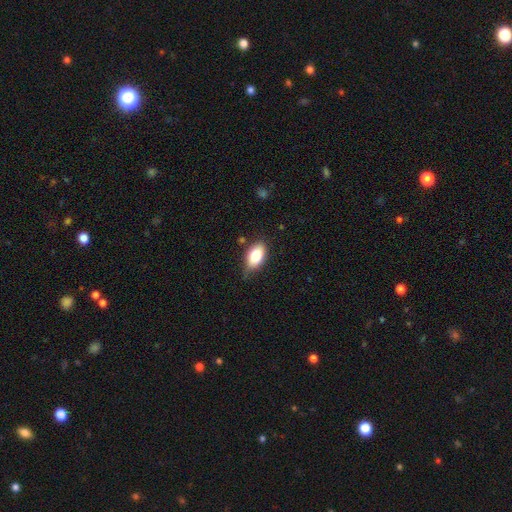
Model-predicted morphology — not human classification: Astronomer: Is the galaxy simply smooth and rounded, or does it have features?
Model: smooth — 81%.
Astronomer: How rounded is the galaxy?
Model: in between — 91%.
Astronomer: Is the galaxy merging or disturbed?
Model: none — 70%.